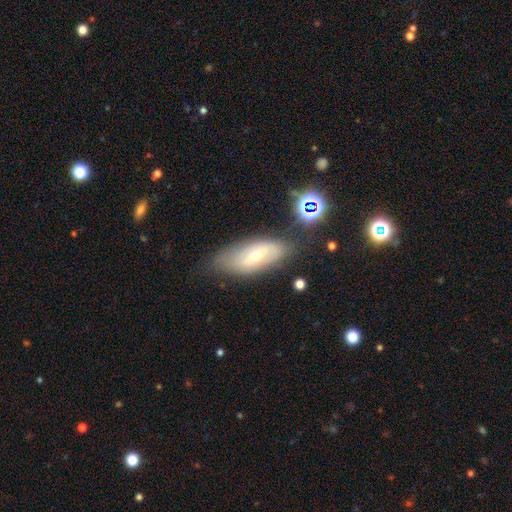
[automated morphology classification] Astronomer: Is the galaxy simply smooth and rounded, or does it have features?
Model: featured or disk — 50% (runner-up: smooth, 40%).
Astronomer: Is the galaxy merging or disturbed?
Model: none — 70%.